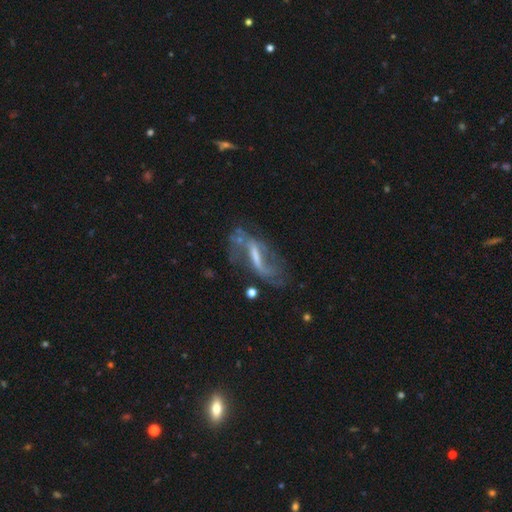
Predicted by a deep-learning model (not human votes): Smooth or featured? featured or disk (75%)
Edge-on disk? no (84%)
Bar? strong (51%)
Spiral arms? yes (78%)
Bulge size? small (32%)
Merging? none (51%)